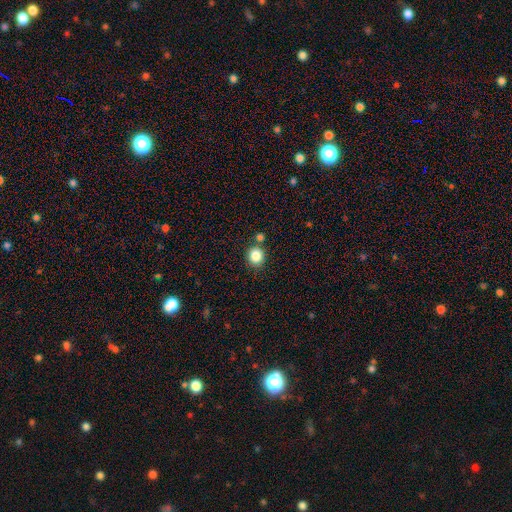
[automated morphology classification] Overall: smooth (85%). How rounded: round (85%). Merging: none (76%).